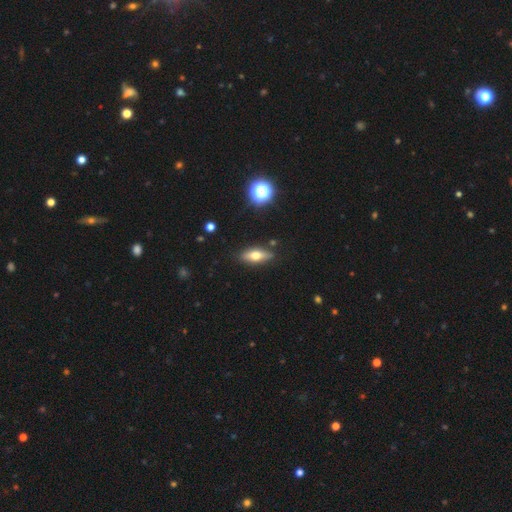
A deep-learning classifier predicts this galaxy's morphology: Smooth or featured?
  - smooth: 53% *
  - featured or disk: 38%
  - star or artifact: 9%
How rounded?
  - in between: 59% *
  - cigar-shaped: 35%
  - round: 5%
Merging?
  - none: 85% *
  - minor disturbance: 10%
  - major disturbance: 2%
  - merger: 2%